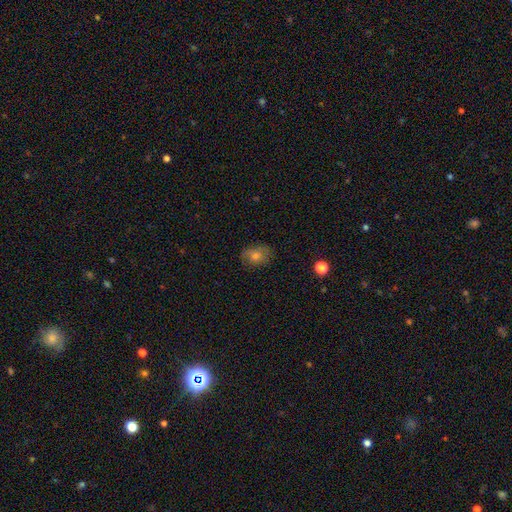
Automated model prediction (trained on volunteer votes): smooth 64%, featured or disk 21%, star or artifact 14%. Down the decision tree: how rounded — in between (62%); merging — none (76%).